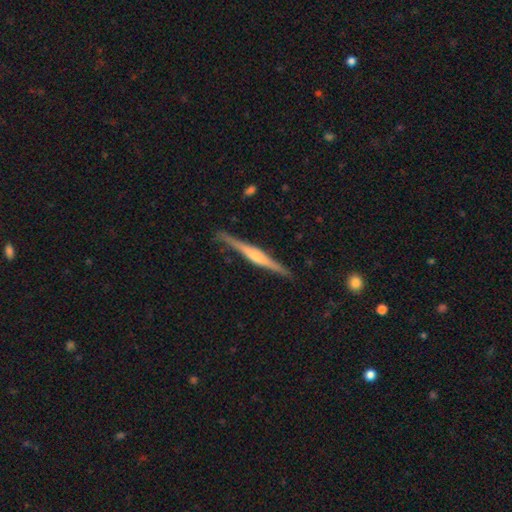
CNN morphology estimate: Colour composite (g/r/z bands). It shows a featured or disk galaxy (73%) viewed edge-on (98%) with a rounded central bulge (59%). Merging: none (87%).